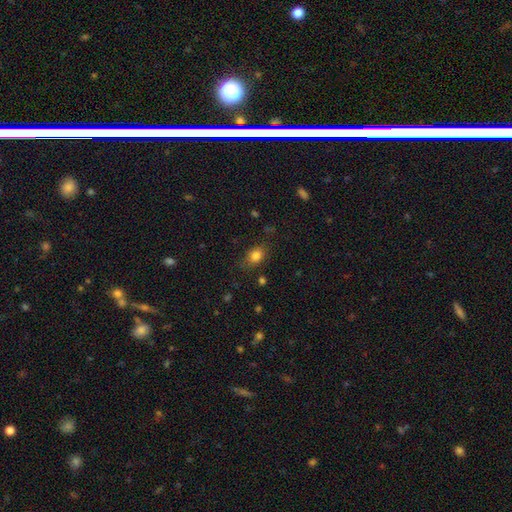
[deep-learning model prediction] A smooth galaxy with no disk features (82%) that is in between round and cigar-shaped (64%). Merging: none (78%).